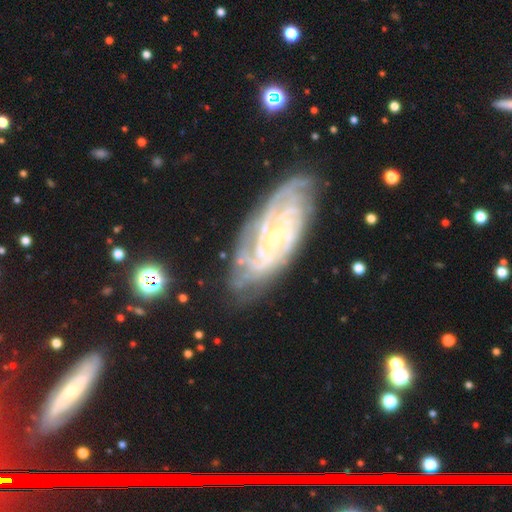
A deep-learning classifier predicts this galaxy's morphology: Overall: featured or disk (78%). Edge-on disk: no (87%). Bar: no (66%). Spiral arms: yes (94%). Spiral arm count: can't tell (42%; 2 17%). Spiral winding: tight (76%). Bulge size: small (80%). Merging: none (79%).